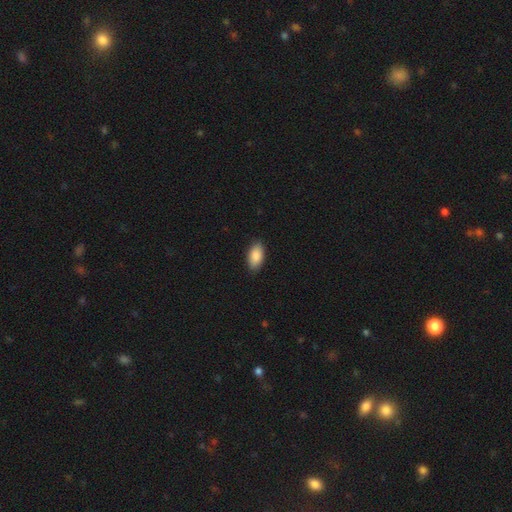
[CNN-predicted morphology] Smooth or featured?
  - smooth: 89% *
  - star or artifact: 6%
  - featured or disk: 5%
How rounded?
  - in between: 94% *
  - cigar-shaped: 4%
  - round: 3%
Merging?
  - none: 88% *
  - minor disturbance: 9%
  - major disturbance: 2%
  - merger: 1%